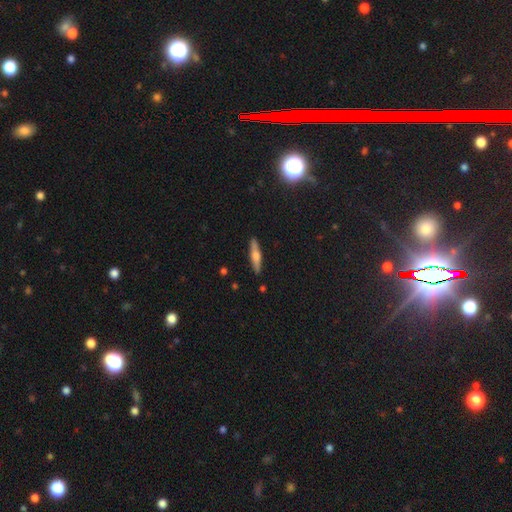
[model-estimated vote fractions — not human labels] smooth 47% (tied), featured or disk 47% (tied), star or artifact 6%. Down the decision tree: merging — none (89%).